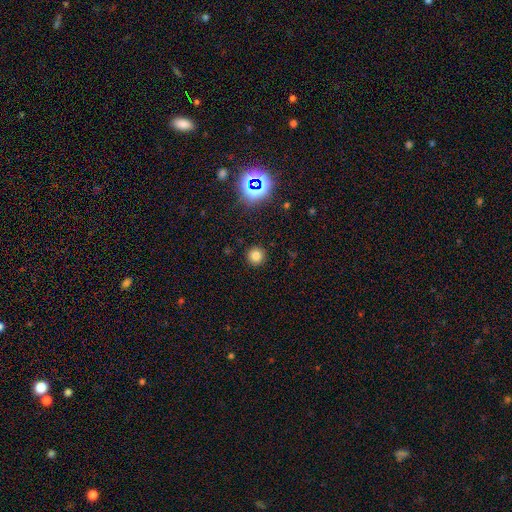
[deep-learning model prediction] Q: Smooth or featured?
A: smooth (77%); runner-up: star or artifact (17%)
Q: How rounded?
A: round (95%); runner-up: in between (4%)
Q: Merging?
A: none (91%); runner-up: minor disturbance (5%)